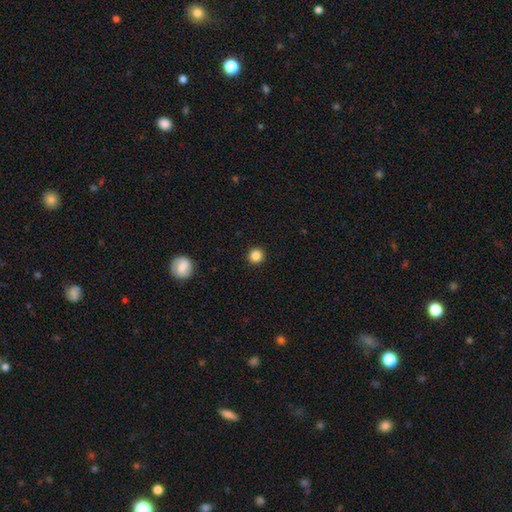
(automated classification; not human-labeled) smooth-or-featured: smooth: 85% | star or artifact: 11% | featured or disk: 4%
  how-rounded: round: 95% | in between: 4% | cigar-shaped: 1%
  merging: none: 93% | minor disturbance: 4% | major disturbance: 1% | merger: 1%